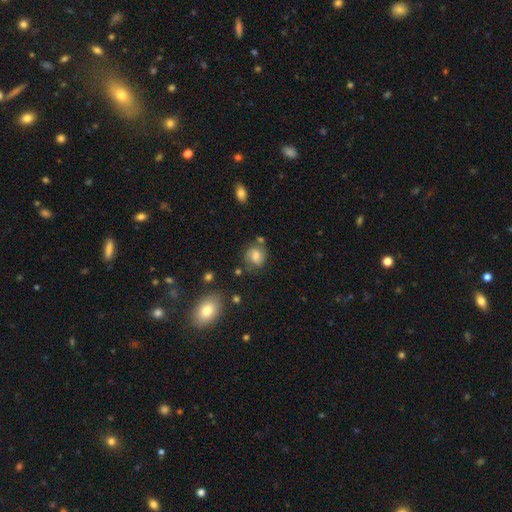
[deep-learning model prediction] A smooth galaxy with no disk features (47%).

Vote fractions:
- Smooth or featured? smooth: 47% / featured or disk: 43% / star or artifact: 10%
- Merging? none: 69% / minor disturbance: 18% / merger: 7% / major disturbance: 6%